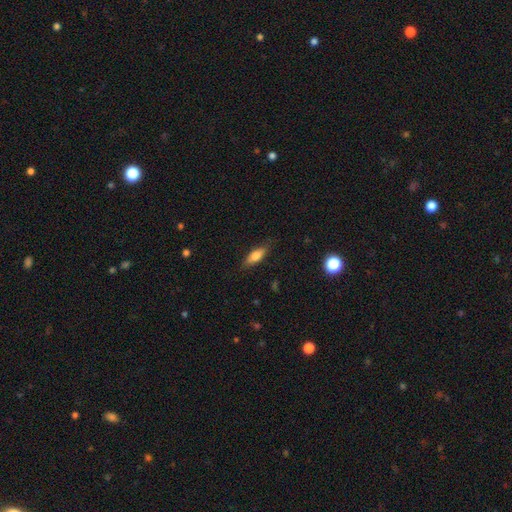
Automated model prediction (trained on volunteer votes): Smooth or featured: smooth — 72% (featured or disk — 21%)
How rounded: in between — 64% (cigar-shaped — 34%)
Merging: none — 81% (minor disturbance — 15%)